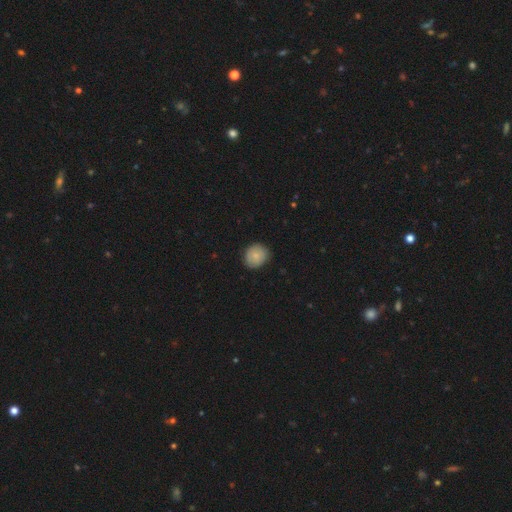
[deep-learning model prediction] smooth 82%, featured or disk 11%, star or artifact 8%. Down the decision tree: how rounded — round (79%); merging — none (84%).